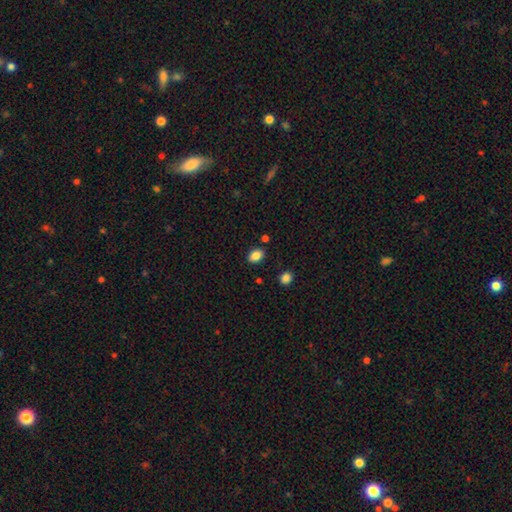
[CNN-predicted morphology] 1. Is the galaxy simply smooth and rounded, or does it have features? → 85% smooth, 9% star or artifact, 5% featured or disk.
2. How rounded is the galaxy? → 76% in between, 22% round, 1% cigar-shaped.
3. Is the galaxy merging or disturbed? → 85% none, 10% minor disturbance, 3% merger, 2% major disturbance.